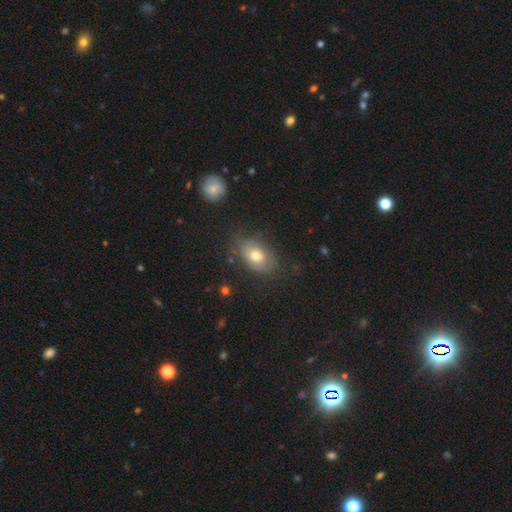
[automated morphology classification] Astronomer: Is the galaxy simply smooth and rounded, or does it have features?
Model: smooth — 70%.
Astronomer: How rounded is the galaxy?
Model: in between — 80%.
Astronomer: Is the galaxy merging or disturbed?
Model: none — 69%.